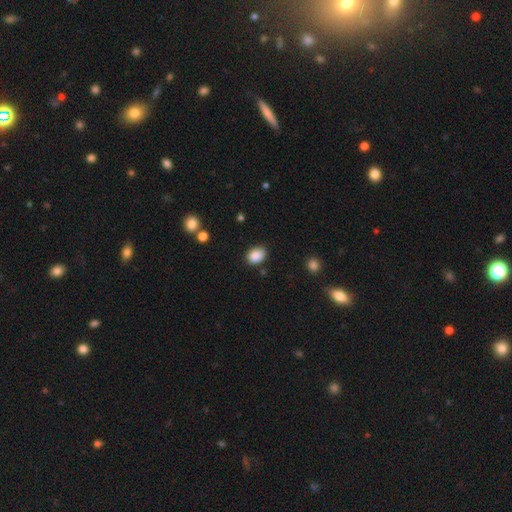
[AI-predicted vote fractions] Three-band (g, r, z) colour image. It shows a smooth galaxy with no disk features (88%) that is in between round and cigar-shaped (74%). Merging: none (84%).